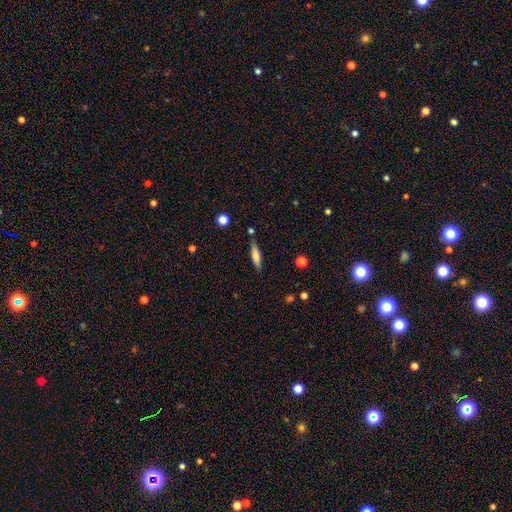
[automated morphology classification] This is likely a smooth galaxy (62%). How rounded: likely cigar-shaped (75%). Merging: clearly none (83%).